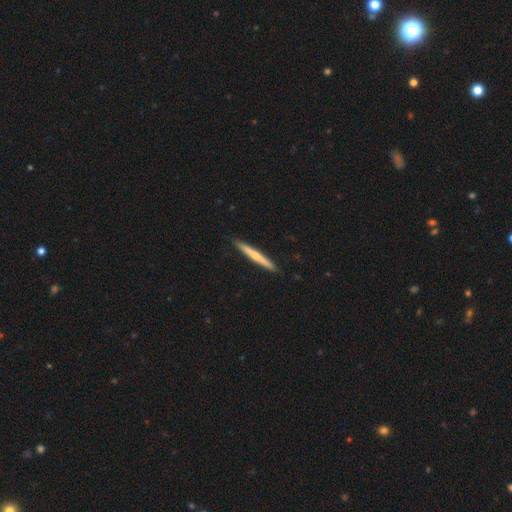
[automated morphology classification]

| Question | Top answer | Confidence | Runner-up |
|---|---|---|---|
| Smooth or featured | smooth | 50% | featured or disk (46%) |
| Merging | none | 92% | minor disturbance (6%) |